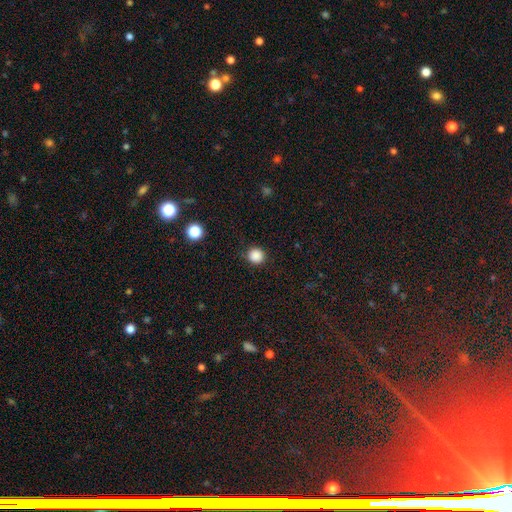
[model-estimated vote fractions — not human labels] Overall: smooth (86%). How rounded: round (94%). Merging: none (90%).